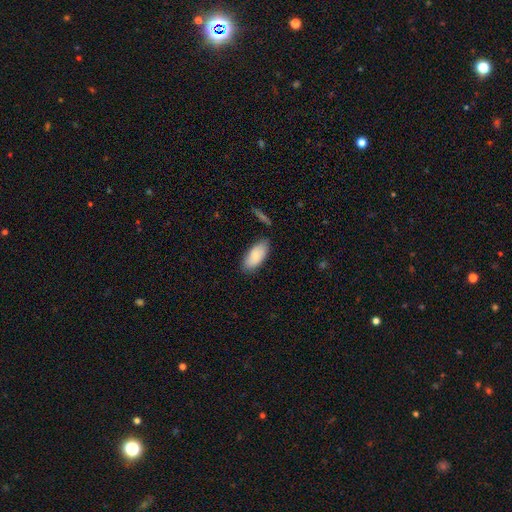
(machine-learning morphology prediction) Overall: smooth (85%). How rounded: in between (90%). Merging: none (78%).